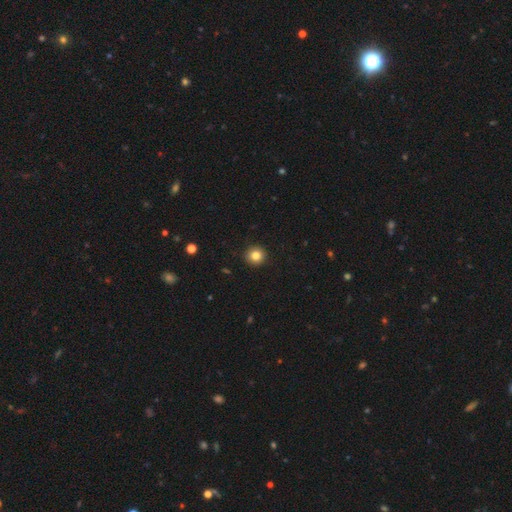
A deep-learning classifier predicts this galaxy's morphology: Smooth or featured: smooth — 83% (star or artifact — 11%)
How rounded: round — 94% (in between — 5%)
Merging: none — 93% (minor disturbance — 5%)